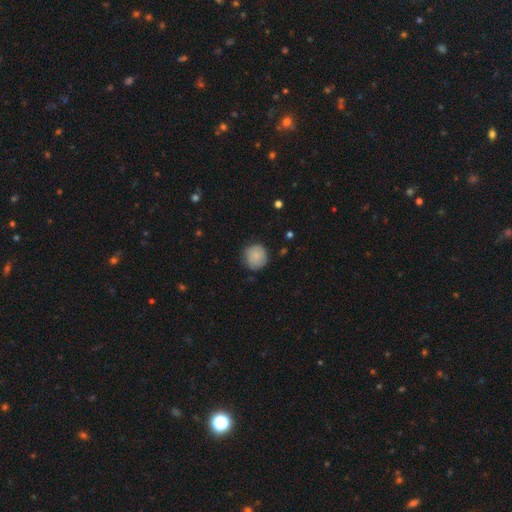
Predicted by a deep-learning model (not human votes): Smooth or featured? Predicted: smooth (p=0.83). How rounded? Predicted: round (p=0.91). Merging? Predicted: none (p=0.79).